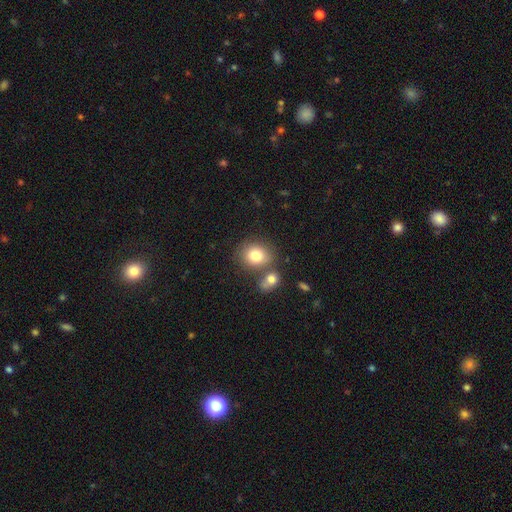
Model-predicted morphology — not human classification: A smooth galaxy with no disk features (80%) that is round (64%).

Vote fractions:
- Smooth or featured? smooth: 80% / featured or disk: 10% / star or artifact: 9%
- How rounded? round: 64% / in between: 35% / cigar-shaped: 1%
- Merging? none: 59% / merger: 26% / minor disturbance: 11% / major disturbance: 4%